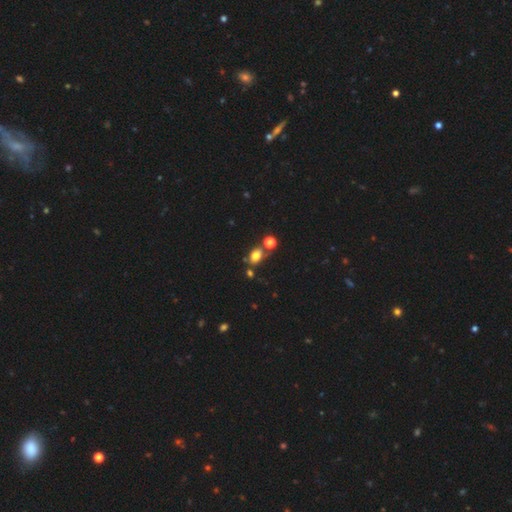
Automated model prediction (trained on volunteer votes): Morphology: type=smooth (73%); roundness=in between (65%); merging=none (56%).